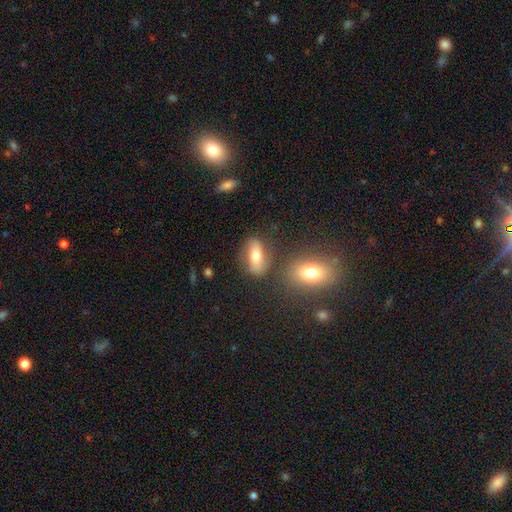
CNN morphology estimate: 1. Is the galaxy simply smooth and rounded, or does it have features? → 66% smooth, 23% featured or disk, 11% star or artifact.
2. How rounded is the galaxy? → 80% in between, 11% cigar-shaped, 9% round.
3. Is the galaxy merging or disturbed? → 72% none, 14% minor disturbance, 8% merger, 5% major disturbance.